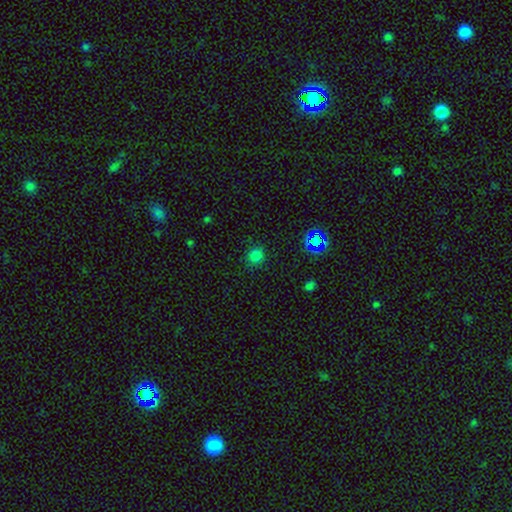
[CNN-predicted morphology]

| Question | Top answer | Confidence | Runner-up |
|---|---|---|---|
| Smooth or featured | smooth | 77% | star or artifact (19%) |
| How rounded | round | 87% | in between (12%) |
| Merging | none | 87% | minor disturbance (8%) |